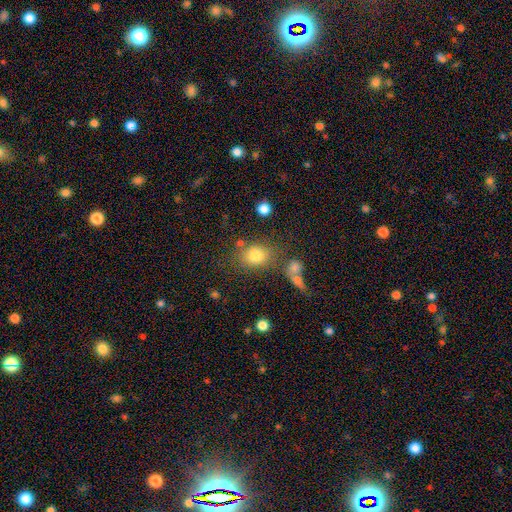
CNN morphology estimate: smooth-or-featured: smooth: 77% | star or artifact: 13% | featured or disk: 10%
  how-rounded: in between: 52% | round: 46% | cigar-shaped: 2%
  merging: none: 68% | minor disturbance: 14% | merger: 12% | major disturbance: 6%